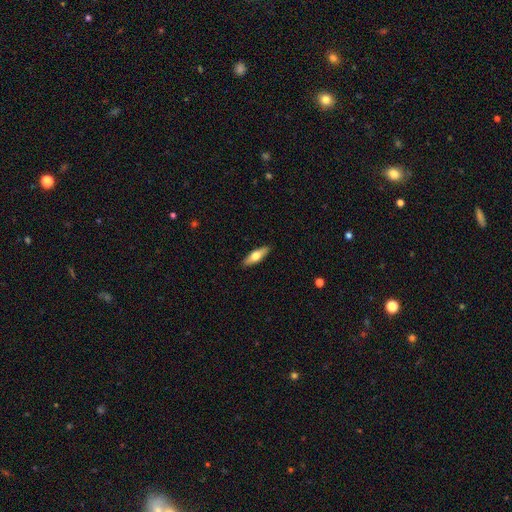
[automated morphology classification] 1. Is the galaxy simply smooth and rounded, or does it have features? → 58% smooth, 36% featured or disk, 6% star or artifact.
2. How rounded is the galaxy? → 50% in between, 48% cigar-shaped, 2% round.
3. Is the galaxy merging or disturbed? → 89% none, 8% minor disturbance, 2% major disturbance, 1% merger.